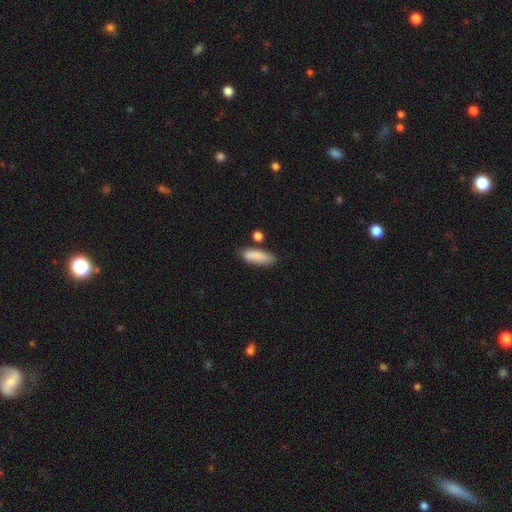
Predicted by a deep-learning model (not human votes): This appears to be a smooth galaxy with no disk features (85%) that is in between round and cigar-shaped (63%). Merging: none (66%).